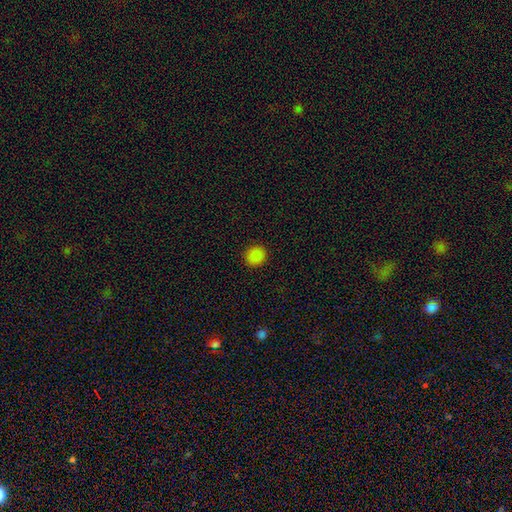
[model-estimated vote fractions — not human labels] The model was most divided on "how rounded": round: 87%, in between: 12%, cigar-shaped: 1%. More confident: merging — none (92%); smooth or featured — smooth (87%).